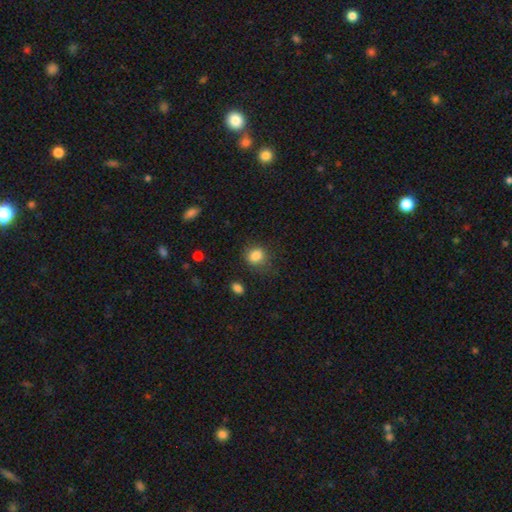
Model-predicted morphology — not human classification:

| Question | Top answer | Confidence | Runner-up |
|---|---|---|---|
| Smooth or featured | smooth | 85% | star or artifact (10%) |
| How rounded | round | 61% | in between (38%) |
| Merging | none | 69% | minor disturbance (21%) |